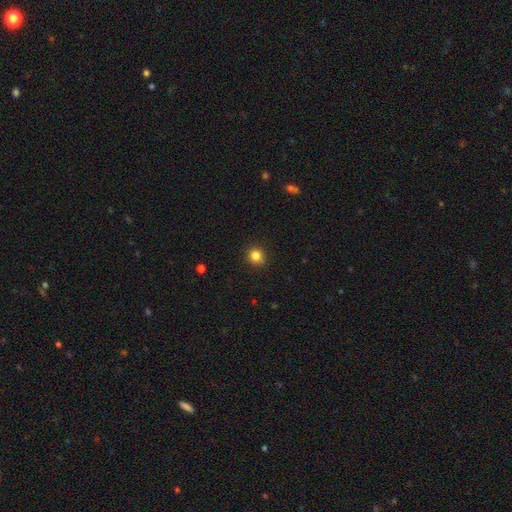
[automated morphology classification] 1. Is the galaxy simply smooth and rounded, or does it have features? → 84% smooth, 12% star or artifact, 5% featured or disk.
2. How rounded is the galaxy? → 88% round, 12% in between, 1% cigar-shaped.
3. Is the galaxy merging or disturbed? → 90% none, 7% minor disturbance, 2% major disturbance, 1% merger.